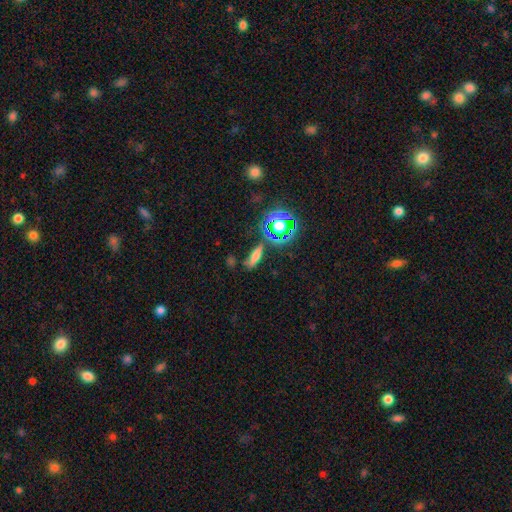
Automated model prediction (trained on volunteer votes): Smooth or featured? smooth (61%)
How rounded? cigar-shaped (58%)
Merging? none (70%)